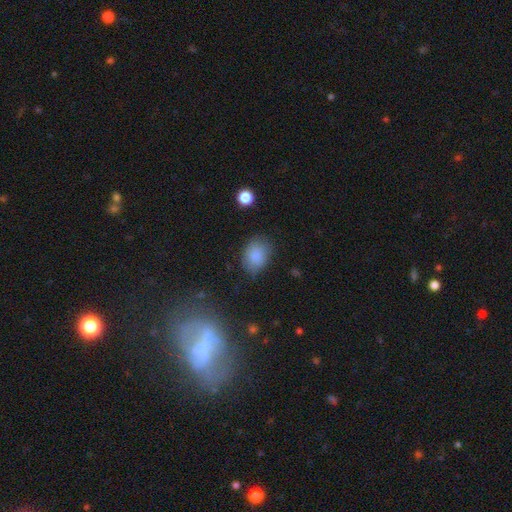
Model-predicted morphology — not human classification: Smooth or featured? Predicted: smooth (p=0.84). How rounded? Predicted: in between (p=0.65). Merging? Predicted: none (p=0.68).